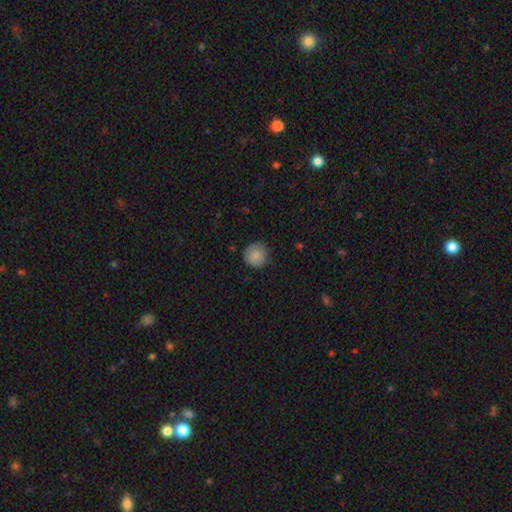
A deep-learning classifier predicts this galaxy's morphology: smooth-or-featured: smooth: 86% | star or artifact: 8% | featured or disk: 6%
  how-rounded: round: 94% | in between: 5% | cigar-shaped: 1%
  merging: none: 84% | minor disturbance: 13% | major disturbance: 2% | merger: 1%